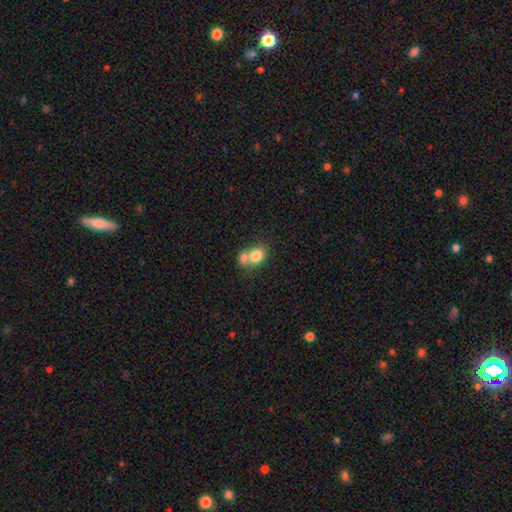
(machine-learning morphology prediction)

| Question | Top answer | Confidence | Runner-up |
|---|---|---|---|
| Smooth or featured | smooth | 78% | featured or disk (13%) |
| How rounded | in between | 55% | round (44%) |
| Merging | merger | 57% | none (31%) |